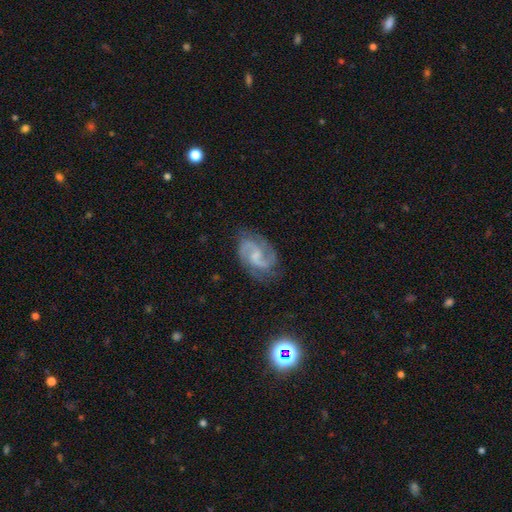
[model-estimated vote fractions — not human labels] featured or disk 88%, smooth 6%, star or artifact 5%. Down the decision tree: edge-on disk — no (98%); bar — weak (53%); spiral arms — yes (97%); spiral arm count — 2 (90%); spiral winding — medium (58%); bulge size — small (41%); merging — none (76%).